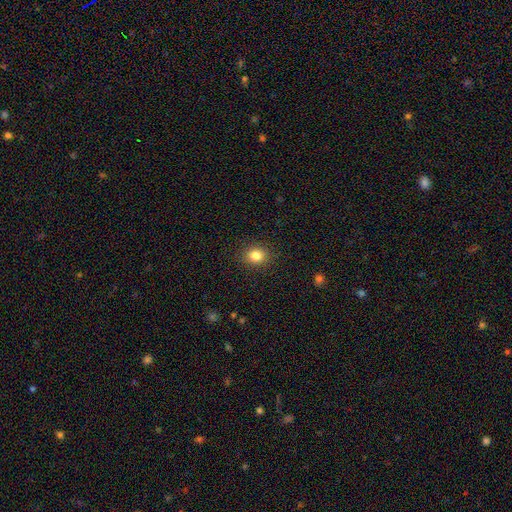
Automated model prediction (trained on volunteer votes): Q: Smooth or featured?
A: smooth (83%); runner-up: star or artifact (11%)
Q: How rounded?
A: round (61%); runner-up: in between (38%)
Q: Merging?
A: none (90%); runner-up: minor disturbance (7%)